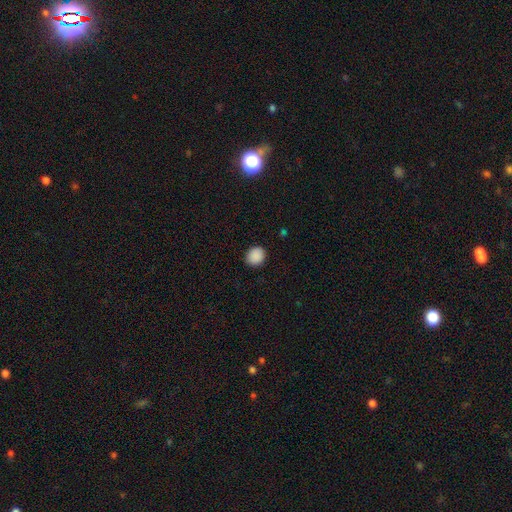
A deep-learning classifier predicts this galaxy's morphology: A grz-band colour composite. It shows a smooth galaxy with no disk features (90%) that is round (74%). Merging: none (90%).